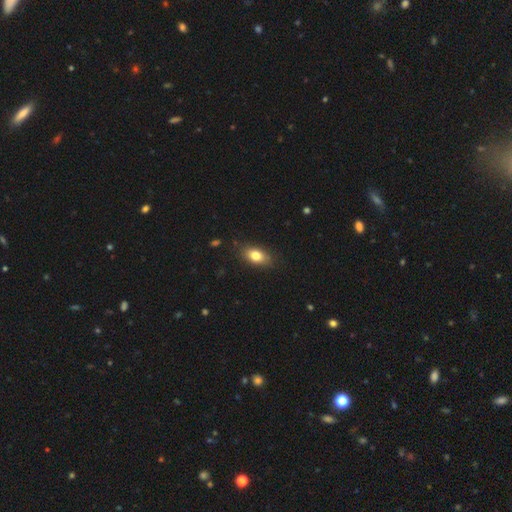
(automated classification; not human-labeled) Morphology: type=smooth (79%); roundness=in between (85%); merging=none (84%).